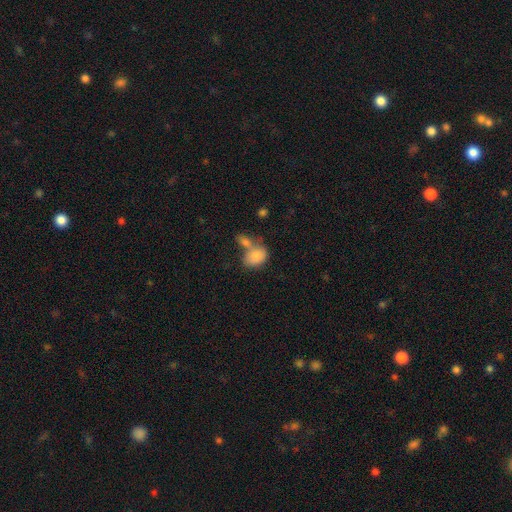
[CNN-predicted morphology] A smooth galaxy with no disk features (82%) that is in between round and cigar-shaped (77%).

Vote fractions:
- Smooth or featured? smooth: 82% / featured or disk: 10% / star or artifact: 8%
- How rounded? in between: 77% / round: 21% / cigar-shaped: 1%
- Merging? merger: 48% / none: 33% / minor disturbance: 13% / major disturbance: 6%